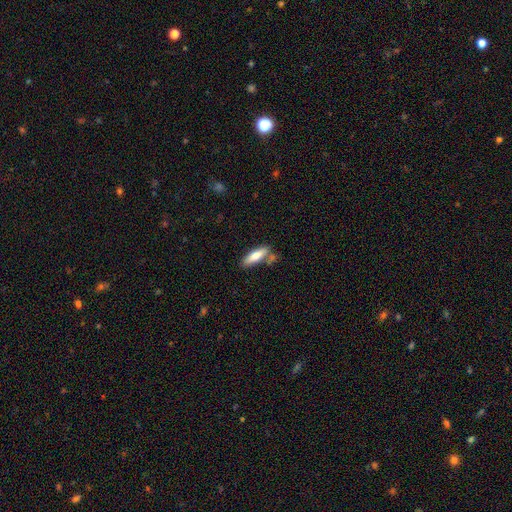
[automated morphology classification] A smooth galaxy with no disk features (73%) that is cigar-shaped (55%).

Vote fractions:
- Smooth or featured? smooth: 73% / featured or disk: 21% / star or artifact: 6%
- How rounded? cigar-shaped: 55% / in between: 44% / round: 2%
- Merging? none: 63% / minor disturbance: 17% / merger: 15% / major disturbance: 5%